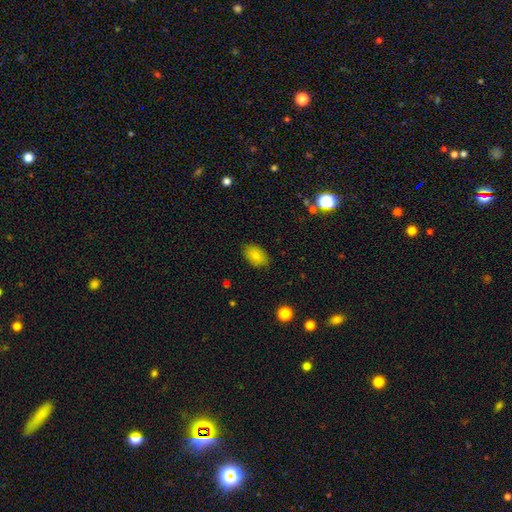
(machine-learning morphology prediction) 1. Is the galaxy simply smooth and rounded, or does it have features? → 85% smooth, 8% star or artifact, 7% featured or disk.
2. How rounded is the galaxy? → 89% in between, 10% round, 1% cigar-shaped.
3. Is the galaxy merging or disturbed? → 85% none, 11% minor disturbance, 3% major disturbance, 1% merger.